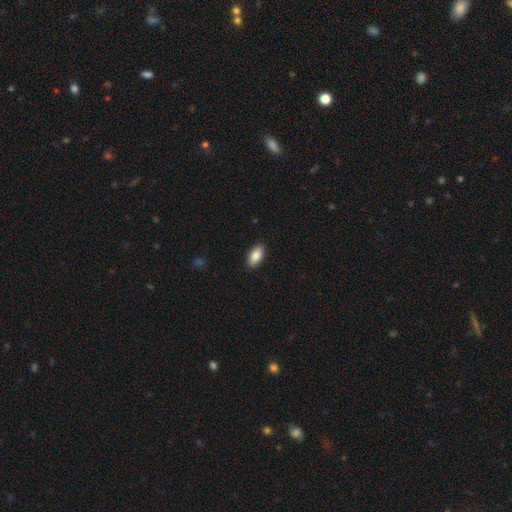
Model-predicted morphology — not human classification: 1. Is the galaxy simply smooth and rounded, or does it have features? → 89% smooth, 6% star or artifact, 5% featured or disk.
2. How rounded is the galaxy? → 93% in between, 4% cigar-shaped, 3% round.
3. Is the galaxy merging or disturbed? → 89% none, 8% minor disturbance, 2% major disturbance, 1% merger.